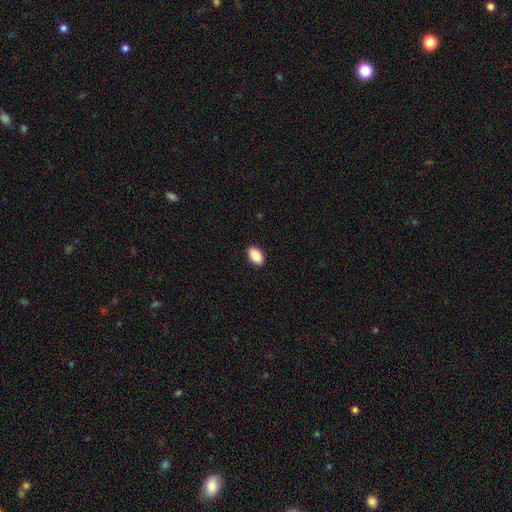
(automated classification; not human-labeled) Overall: smooth (90%). How rounded: in between (93%). Merging: none (90%).